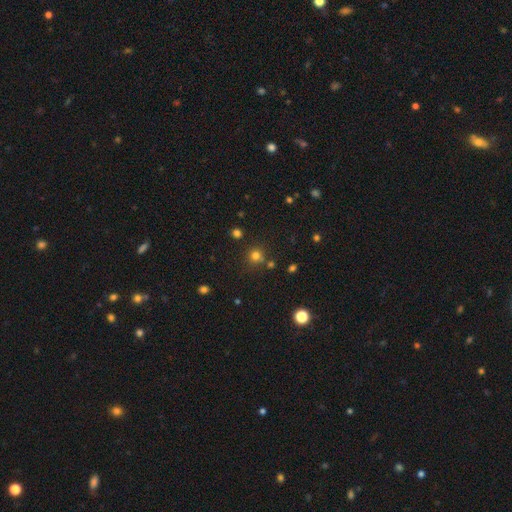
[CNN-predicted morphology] smooth-or-featured: smooth: 74% | star or artifact: 20% | featured or disk: 6%
  how-rounded: round: 91% | in between: 8% | cigar-shaped: 1%
  merging: none: 76% | merger: 11% | minor disturbance: 9% | major disturbance: 3%